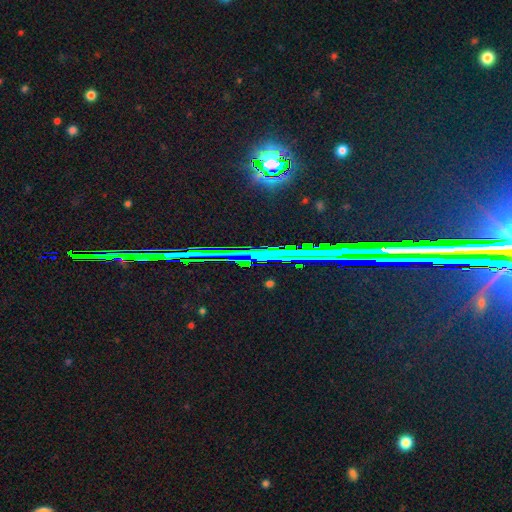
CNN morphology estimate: This appears to be a star or artifact, not a galaxy (85%).